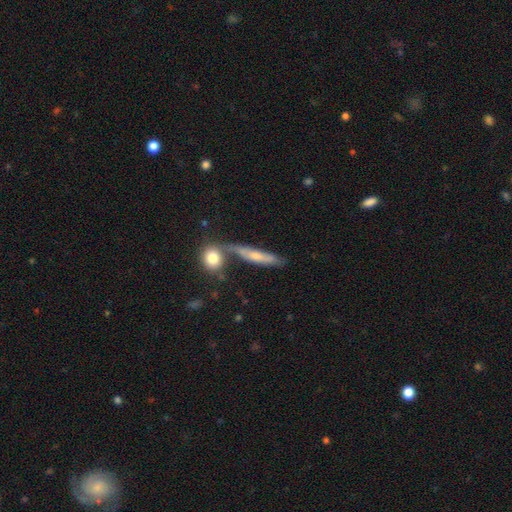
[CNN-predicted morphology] type=smooth (51%); roundness=cigar-shaped (79%); merging=none (52%).